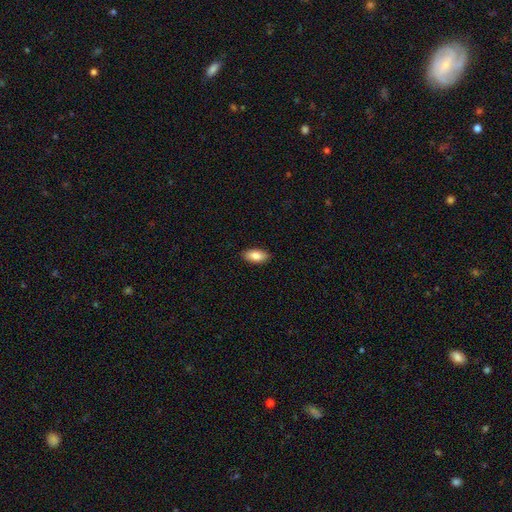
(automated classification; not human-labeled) Smooth or featured: smooth — 86% (featured or disk — 8%)
How rounded: in between — 91% (cigar-shaped — 7%)
Merging: none — 89% (minor disturbance — 8%)